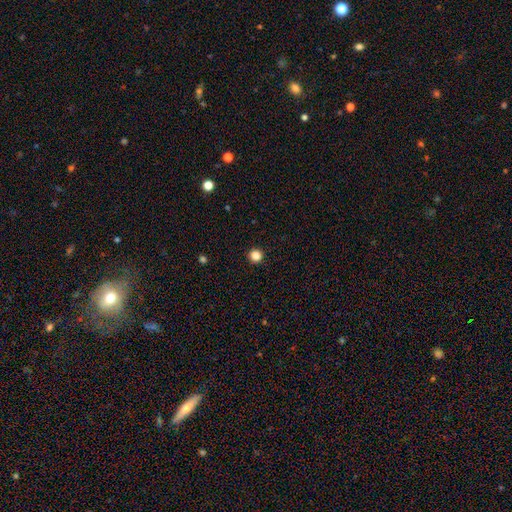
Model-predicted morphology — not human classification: The model was most divided on "smooth or featured": smooth: 85%, star or artifact: 12%, featured or disk: 3%. More confident: how rounded — round (95%); merging — none (94%).